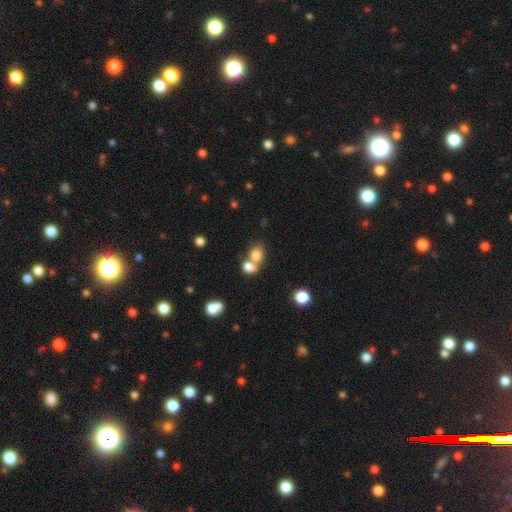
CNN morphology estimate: A smooth galaxy with no disk features (79%) that is in between round and cigar-shaped (53%). Merging: merger (56%).